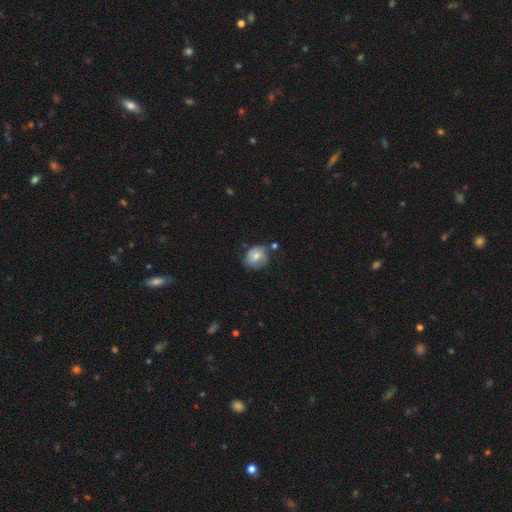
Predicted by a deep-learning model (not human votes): A smooth galaxy with no disk features (54%) that is round (62%).

Vote fractions:
- Smooth or featured? smooth: 54% / featured or disk: 38% / star or artifact: 8%
- How rounded? round: 62% / in between: 36% / cigar-shaped: 1%
- Merging? none: 59% / minor disturbance: 27% / merger: 8% / major disturbance: 7%